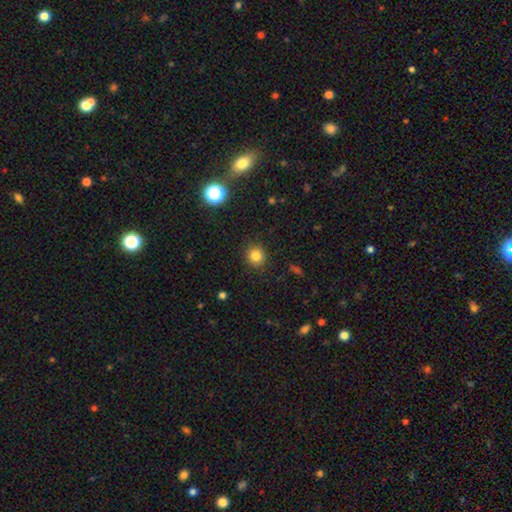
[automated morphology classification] Smooth or featured?
  - smooth: 82% *
  - star or artifact: 13%
  - featured or disk: 5%
How rounded?
  - round: 89% *
  - in between: 10%
  - cigar-shaped: 1%
Merging?
  - none: 90% *
  - minor disturbance: 7%
  - major disturbance: 2%
  - merger: 1%